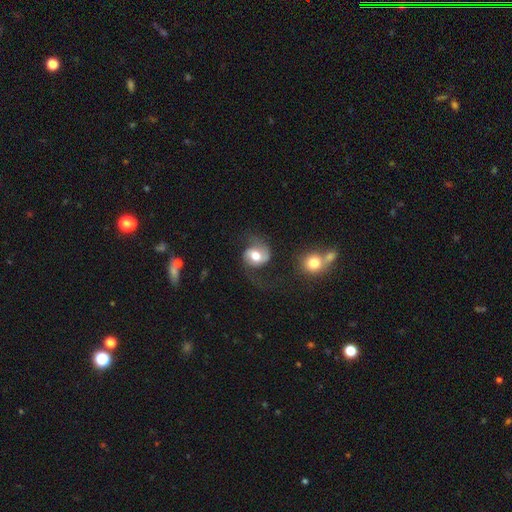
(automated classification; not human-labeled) Smooth or featured? featured or disk (65%)
Edge-on disk? no (97%)
Bar? no (45%)
Spiral arms? yes (89%)
Spiral winding? loose (50%)
Spiral arm count? 2 (87%)
Bulge size? moderate (63%)
Merging? none (57%)